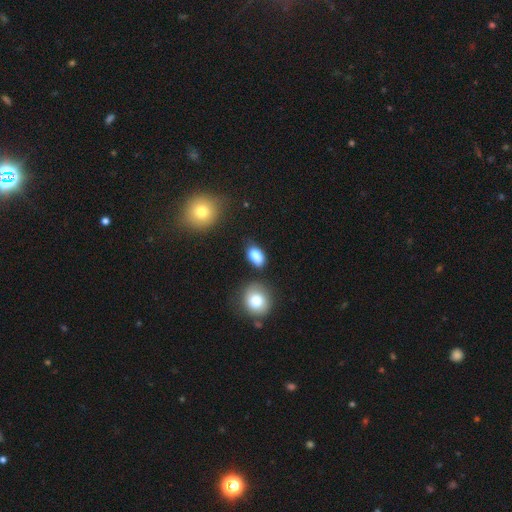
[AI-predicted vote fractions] smooth 85%, star or artifact 9%, featured or disk 6%. Down the decision tree: how rounded — in between (86%); merging — none (67%).